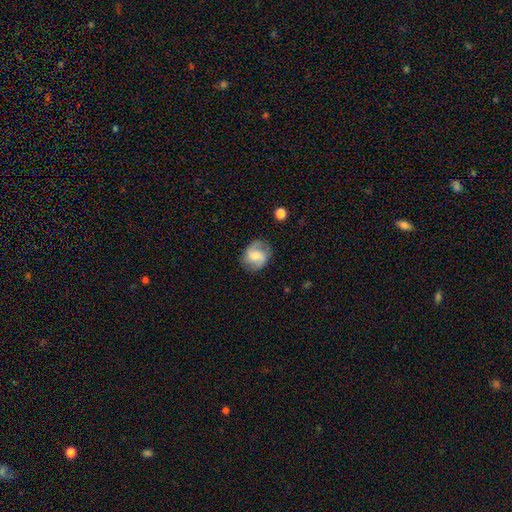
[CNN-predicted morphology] This is possibly a featured or disk galaxy (58%). It is clearly not viewed edge-on (98%). Bar: possibly weak (46%). Spiral arm pattern: clearly yes (91%). Spiral arm count: clearly 2 (86%). Spiral winding: possibly medium (45%). Central bulge: marginally moderate (42%). Merging: likely none (78%).